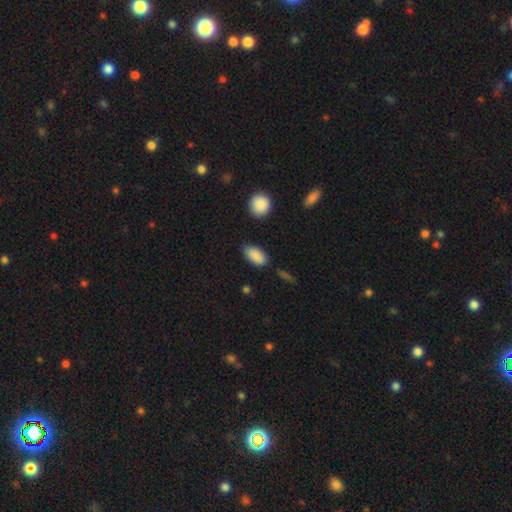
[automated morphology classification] Overall: smooth (88%). How rounded: in between (93%). Merging: none (80%).